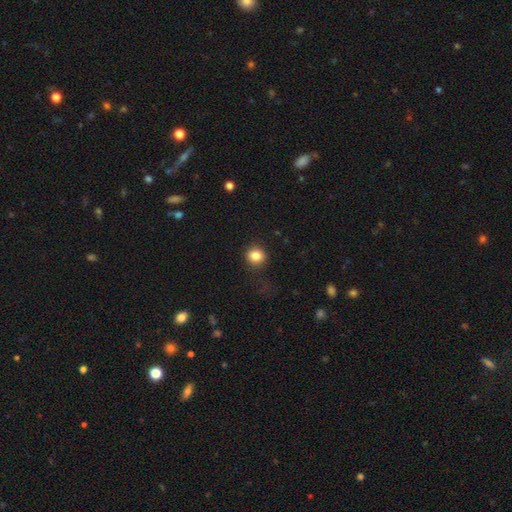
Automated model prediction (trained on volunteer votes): Smooth or featured?
  - smooth: 84% *
  - star or artifact: 11%
  - featured or disk: 5%
How rounded?
  - round: 84% *
  - in between: 15%
  - cigar-shaped: 1%
Merging?
  - none: 84% *
  - minor disturbance: 10%
  - major disturbance: 5%
  - merger: 1%